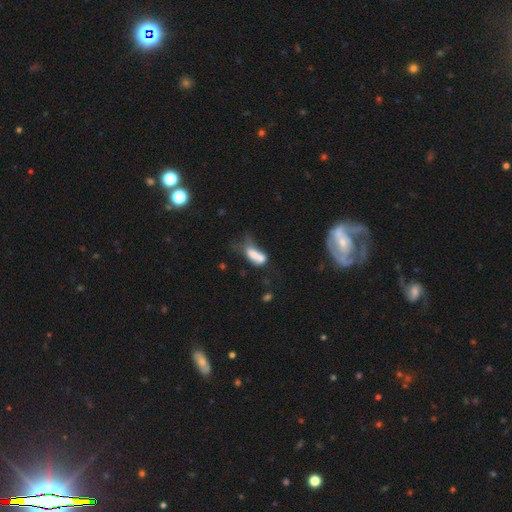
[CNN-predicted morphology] This is possibly a smooth galaxy (59%). How rounded: likely in between (75%). Merging: marginally merger (37%).